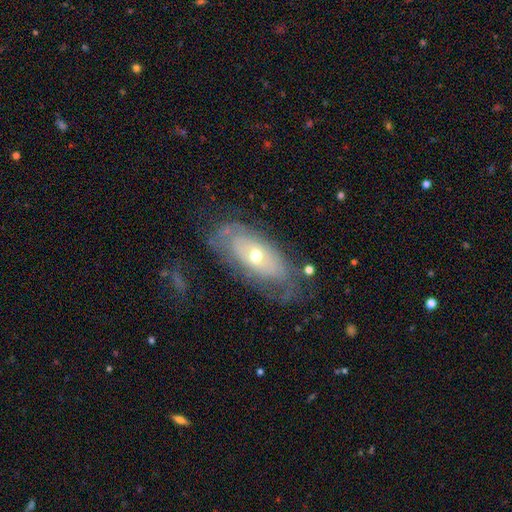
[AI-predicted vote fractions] A featured or disk galaxy (65%) with no bar (83%), spiral arms (53%) and a moderate central bulge (54%). Merging: none (62%).